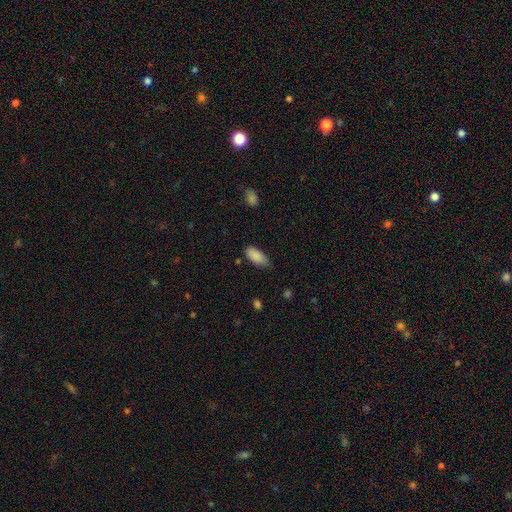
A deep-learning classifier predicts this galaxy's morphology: A smooth galaxy with no disk features (88%) that is in between round and cigar-shaped (90%).

Vote fractions:
- Smooth or featured? smooth: 88% / star or artifact: 7% / featured or disk: 5%
- How rounded? in between: 90% / cigar-shaped: 9% / round: 2%
- Merging? none: 69% / minor disturbance: 25% / major disturbance: 4% / merger: 2%